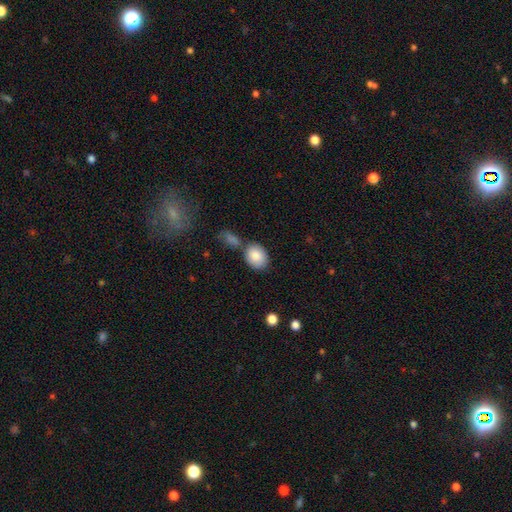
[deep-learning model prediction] smooth-or-featured: smooth: 86% | star or artifact: 7% | featured or disk: 7%
  how-rounded: in between: 61% | round: 38% | cigar-shaped: 1%
  merging: none: 62% | merger: 20% | minor disturbance: 14% | major disturbance: 4%